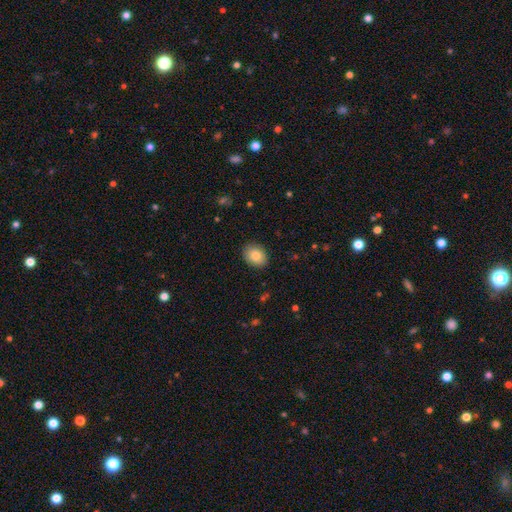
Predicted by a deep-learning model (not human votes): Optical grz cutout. It shows a smooth galaxy with no disk features (83%) that is in between round and cigar-shaped (62%). Merging: none (89%).